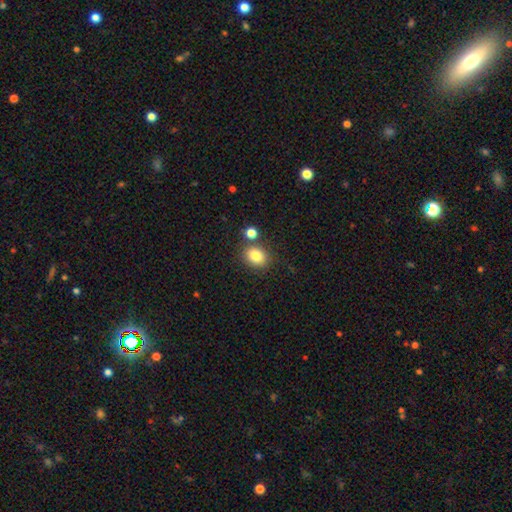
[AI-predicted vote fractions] smooth_or_featured: smooth (p=0.82) [alt: star or artifact p=0.10]
how_rounded: round (p=0.52) [alt: in between p=0.47]
merging: none (p=0.75) [alt: merger p=0.12]